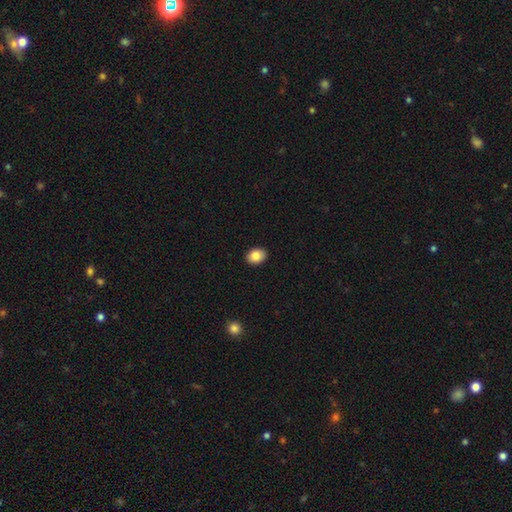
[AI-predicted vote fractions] Smooth or featured: smooth — 86% (star or artifact — 8%)
How rounded: in between — 69% (round — 30%)
Merging: none — 91% (minor disturbance — 6%)